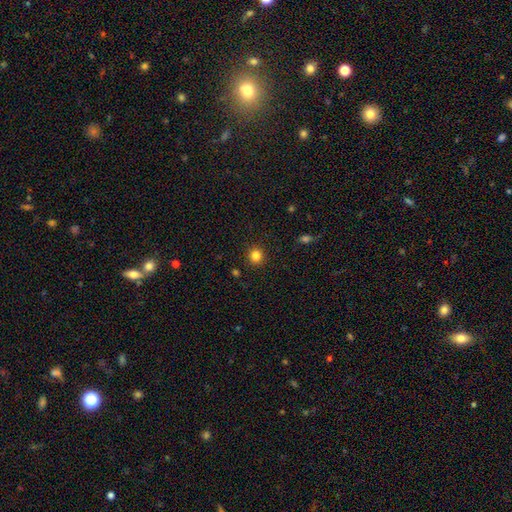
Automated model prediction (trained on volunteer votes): Smooth or featured: smooth — 83% (star or artifact — 12%)
How rounded: round — 90% (in between — 9%)
Merging: none — 92% (minor disturbance — 5%)